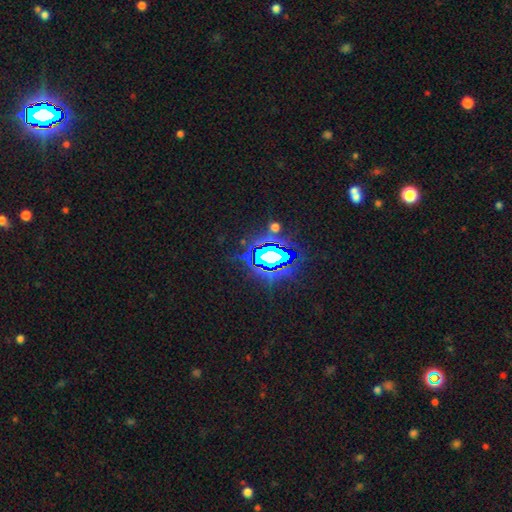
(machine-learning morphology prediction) type=star or artifact (83%).